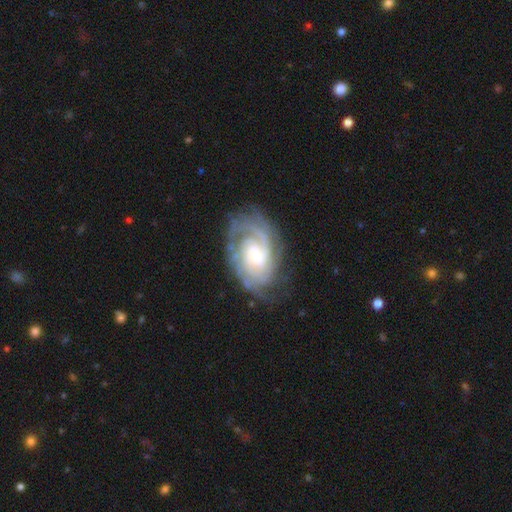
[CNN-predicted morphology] Smooth or featured? Predicted: featured or disk (p=0.88). Edge-on disk? Predicted: no (p=0.97). Bar? Predicted: no (p=0.64). Spiral arms? Predicted: yes (p=0.97). Spiral winding? Predicted: tight (p=0.69). Spiral arm count? Predicted: 2 (p=0.32). Bulge size? Predicted: small (p=0.53). Merging? Predicted: none (p=0.70).